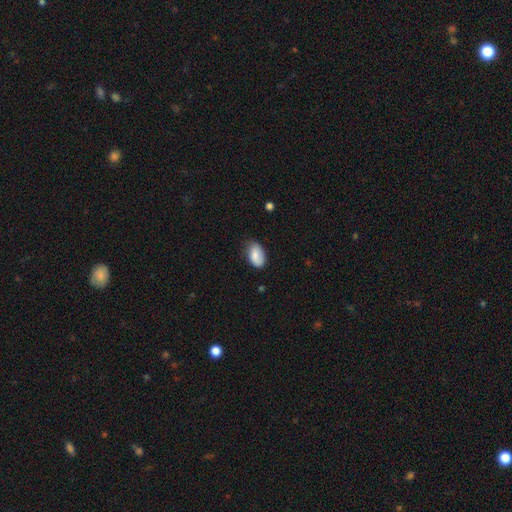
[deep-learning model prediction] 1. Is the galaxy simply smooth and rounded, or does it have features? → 81% smooth, 12% featured or disk, 7% star or artifact.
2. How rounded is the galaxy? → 91% in between, 8% round, 1% cigar-shaped.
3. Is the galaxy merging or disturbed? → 60% none, 32% minor disturbance, 7% major disturbance, 1% merger.